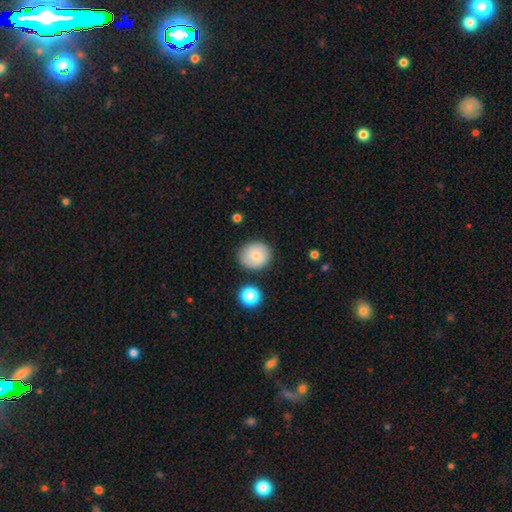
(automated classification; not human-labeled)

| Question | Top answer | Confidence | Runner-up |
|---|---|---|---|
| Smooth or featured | smooth | 77% | featured or disk (15%) |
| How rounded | round | 76% | in between (23%) |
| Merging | none | 83% | minor disturbance (11%) |